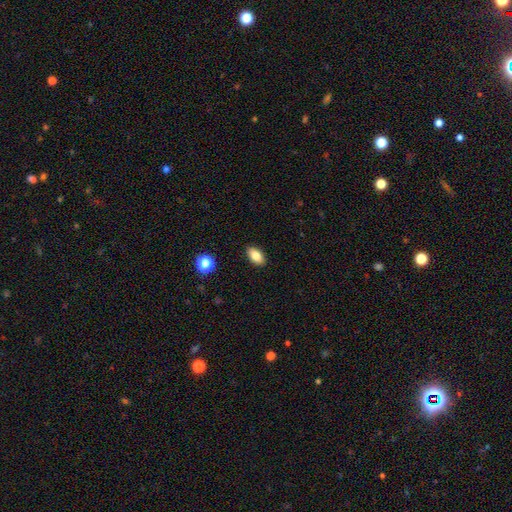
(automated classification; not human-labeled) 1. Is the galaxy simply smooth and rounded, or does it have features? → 82% smooth, 10% featured or disk, 9% star or artifact.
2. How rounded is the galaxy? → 90% in between, 6% round, 4% cigar-shaped.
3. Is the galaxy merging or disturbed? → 90% none, 7% minor disturbance, 2% major disturbance, 1% merger.